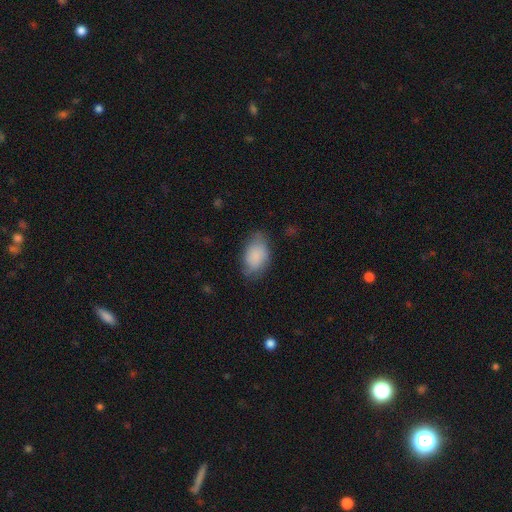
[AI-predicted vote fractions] smooth 84%, featured or disk 9%, star or artifact 7%. Down the decision tree: how rounded — in between (90%); merging — none (65%).